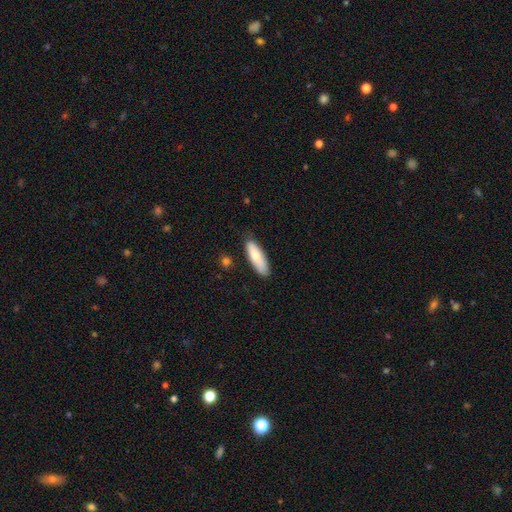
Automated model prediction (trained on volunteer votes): The model was most divided on "how rounded": in between: 51%, cigar-shaped: 47%, round: 2%. More confident: merging — none (80%); smooth or featured — smooth (77%).